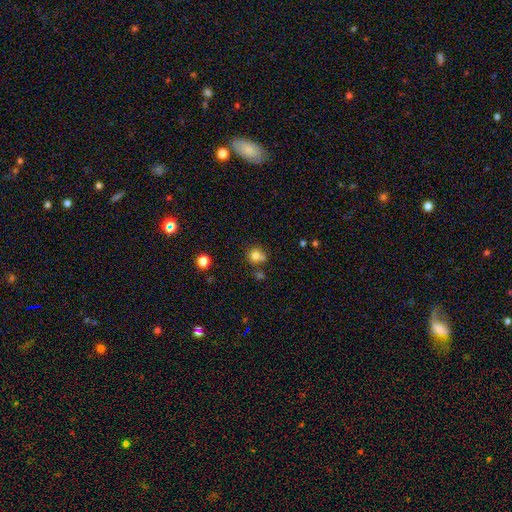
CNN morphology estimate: Overall: smooth (77%). How rounded: round (86%). Merging: none (57%; merger 27%).